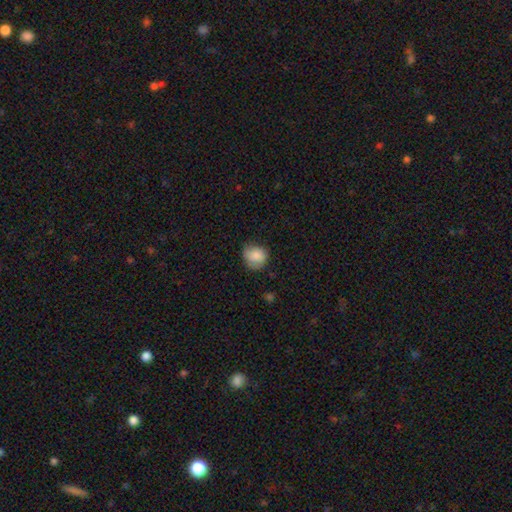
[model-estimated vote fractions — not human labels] A smooth galaxy with no disk features (82%) that is round (81%). Merging: none (65%).